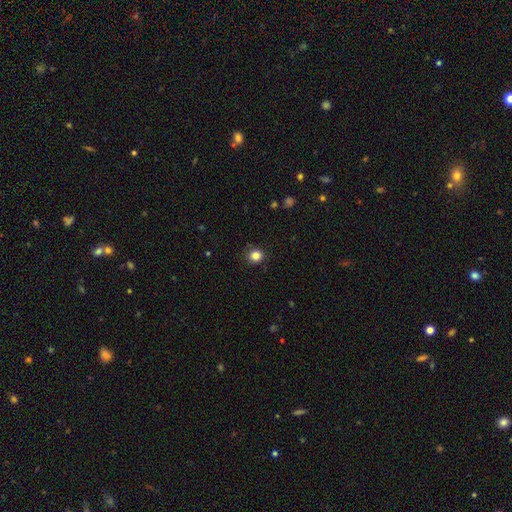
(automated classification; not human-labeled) smooth_or_featured: smooth (p=0.84) [alt: star or artifact p=0.12]
how_rounded: round (p=0.85) [alt: in between p=0.14]
merging: none (p=0.87) [alt: minor disturbance p=0.10]